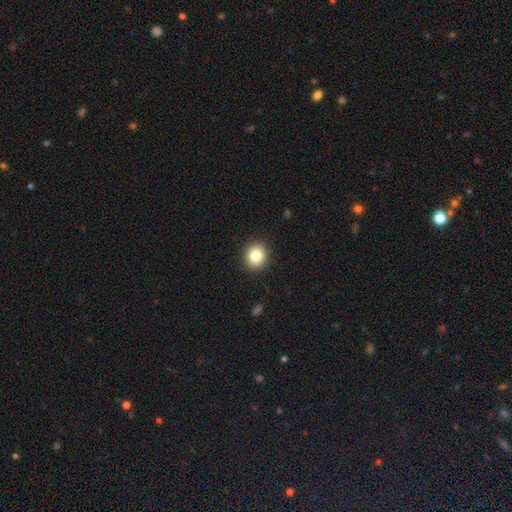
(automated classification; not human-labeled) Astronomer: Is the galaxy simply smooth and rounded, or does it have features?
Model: smooth — 83%.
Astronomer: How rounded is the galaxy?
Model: round — 77%.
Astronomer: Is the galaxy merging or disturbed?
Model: none — 91%.